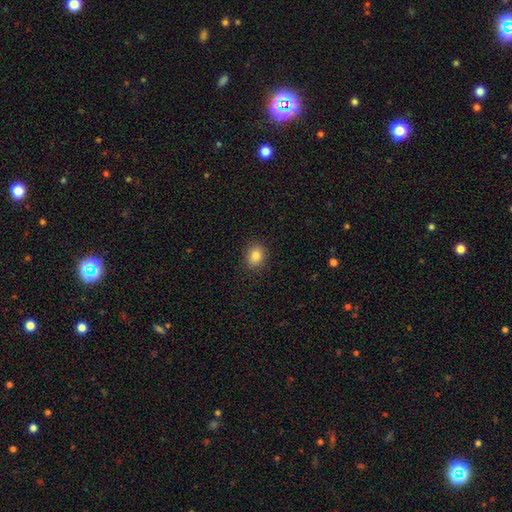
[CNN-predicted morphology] Smooth or featured: smooth — 84% (star or artifact — 10%)
How rounded: round — 66% (in between — 33%)
Merging: none — 89% (minor disturbance — 8%)